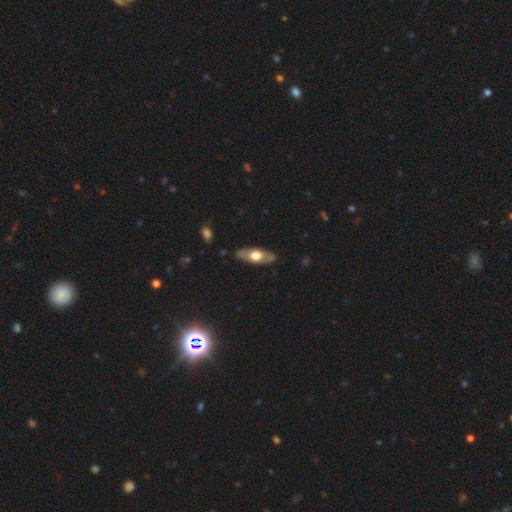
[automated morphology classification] A smooth galaxy with no disk features (52%) that is in between round and cigar-shaped (68%). Merging: none (84%).